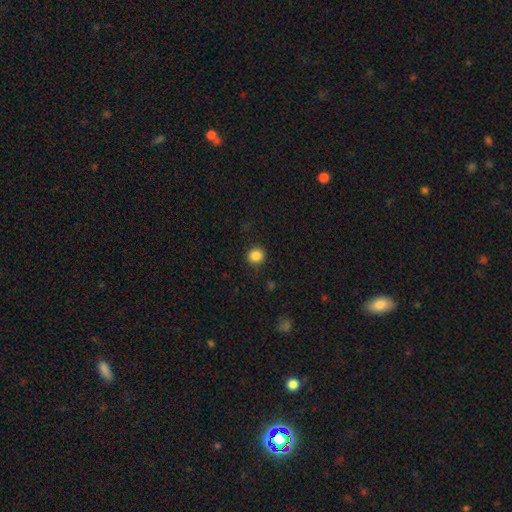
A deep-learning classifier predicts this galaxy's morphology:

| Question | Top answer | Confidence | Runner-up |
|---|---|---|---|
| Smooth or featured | smooth | 86% | star or artifact (11%) |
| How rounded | round | 90% | in between (9%) |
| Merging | none | 87% | minor disturbance (9%) |